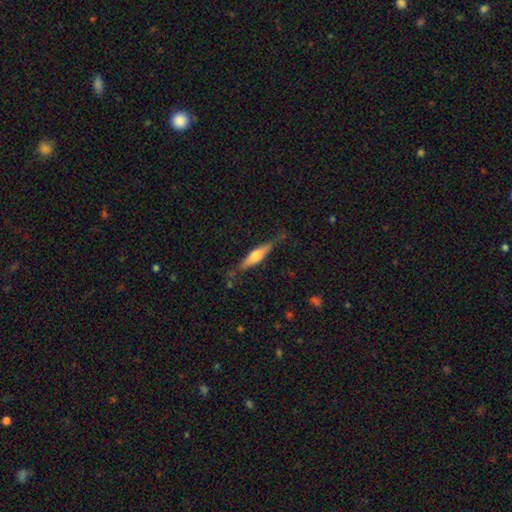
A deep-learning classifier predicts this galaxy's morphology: smooth_or_featured: featured or disk (p=0.50) [alt: smooth p=0.44]
disk_edge_on: yes (p=0.93) [alt: no p=0.07]
merging: none (p=0.71) [alt: minor disturbance p=0.21]